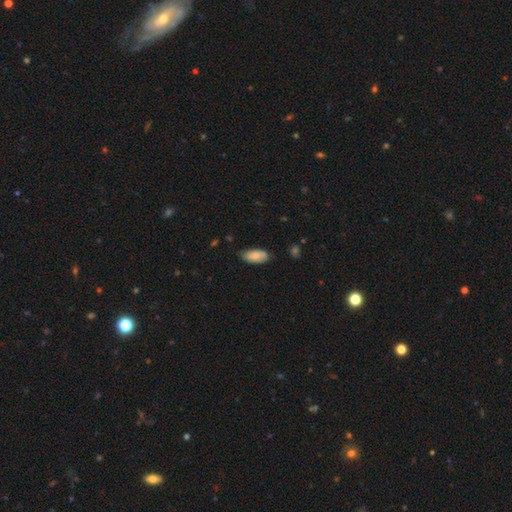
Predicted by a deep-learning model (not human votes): This is likely a smooth galaxy (77%). How rounded: clearly in between (93%). Merging: likely none (69%).